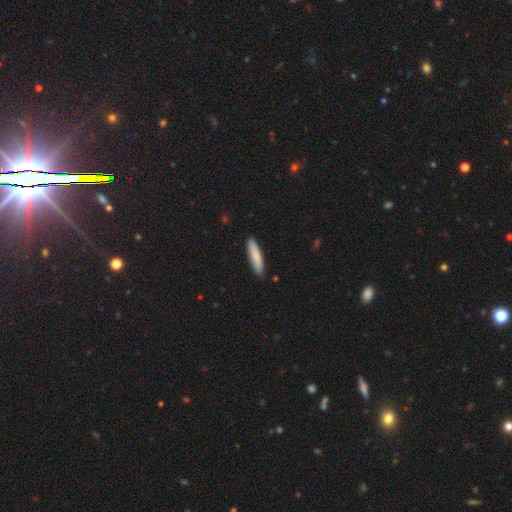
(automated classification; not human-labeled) Overall: smooth (85%). How rounded: cigar-shaped (79%). Merging: none (87%).